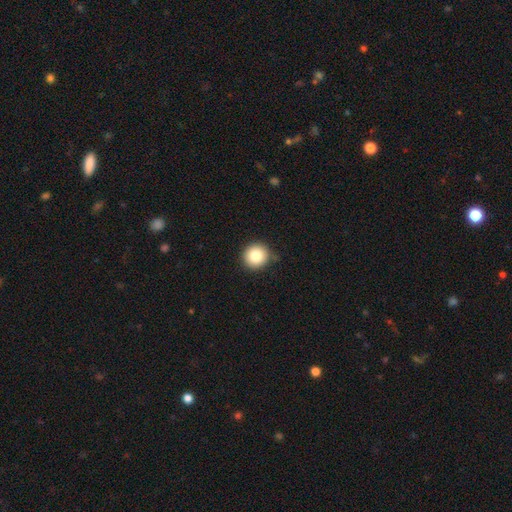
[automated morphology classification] Smooth or featured: smooth — 83% (star or artifact — 10%)
How rounded: round — 93% (in between — 6%)
Merging: none — 86% (minor disturbance — 10%)